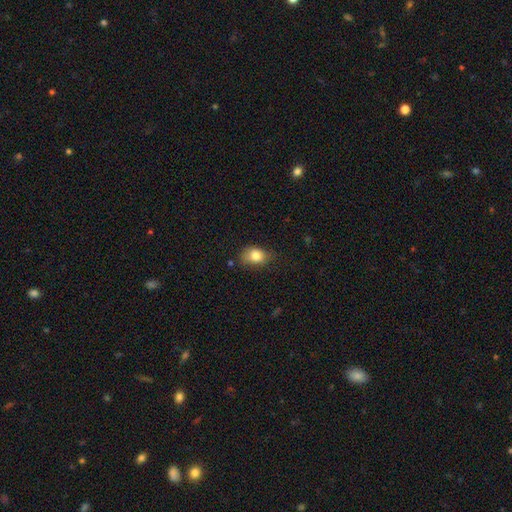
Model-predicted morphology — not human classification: A smooth galaxy with no disk features (82%) that is in between round and cigar-shaped (63%).

Vote fractions:
- Smooth or featured? smooth: 82% / star or artifact: 9% / featured or disk: 8%
- How rounded? in between: 63% / round: 35% / cigar-shaped: 1%
- Merging? none: 58% / minor disturbance: 31% / major disturbance: 8% / merger: 3%